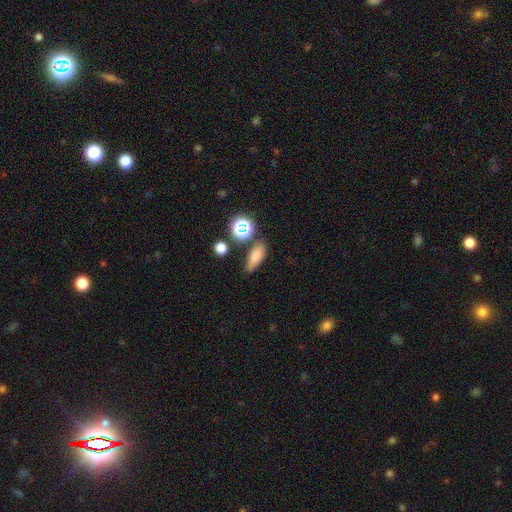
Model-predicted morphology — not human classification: smooth_or_featured: smooth (p=0.76) [alt: star or artifact p=0.15]
how_rounded: in between (p=0.64) [alt: cigar-shaped p=0.24]
merging: none (p=0.69) [alt: minor disturbance p=0.18]